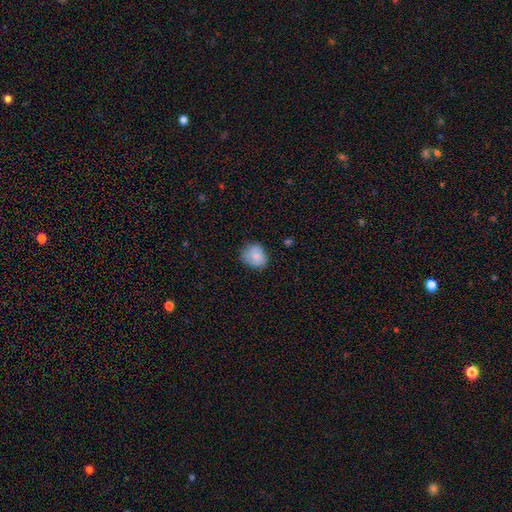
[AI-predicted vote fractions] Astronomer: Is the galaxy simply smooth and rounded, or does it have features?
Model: smooth — 83%.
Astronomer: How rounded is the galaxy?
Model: round — 67%.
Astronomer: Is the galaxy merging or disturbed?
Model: none — 75%.